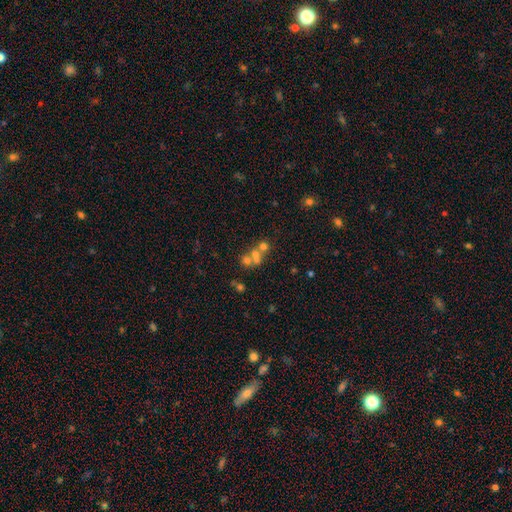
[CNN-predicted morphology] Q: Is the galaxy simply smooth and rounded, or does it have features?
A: smooth — 55%.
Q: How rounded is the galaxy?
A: round — 77%.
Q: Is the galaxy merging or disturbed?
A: merger — 55%.